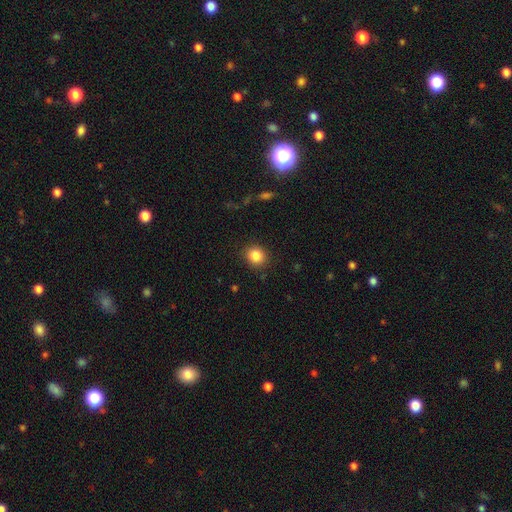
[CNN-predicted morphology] Smooth or featured? Predicted: smooth (p=0.85). How rounded? Predicted: round (p=0.77). Merging? Predicted: none (p=0.88).